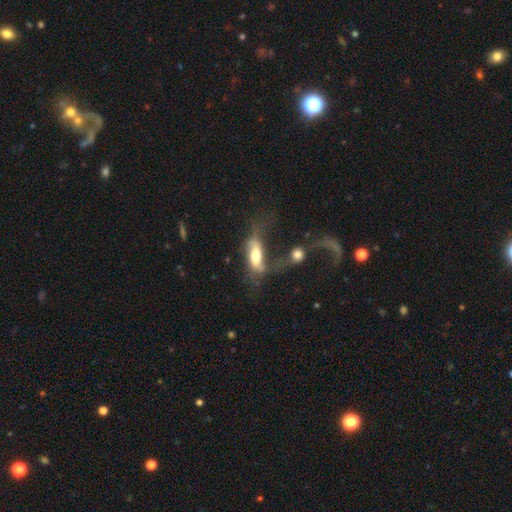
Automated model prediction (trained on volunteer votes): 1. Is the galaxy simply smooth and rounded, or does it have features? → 47% smooth, 46% featured or disk, 7% star or artifact.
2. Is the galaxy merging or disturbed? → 34% merger, 29% major disturbance, 22% none, 15% minor disturbance.